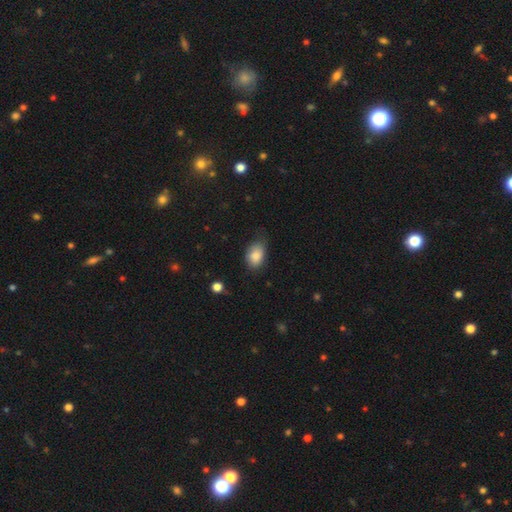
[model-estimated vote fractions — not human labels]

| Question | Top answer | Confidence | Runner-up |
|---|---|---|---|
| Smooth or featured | smooth | 85% | star or artifact (8%) |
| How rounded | in between | 86% | round (13%) |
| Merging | none | 60% | minor disturbance (32%) |